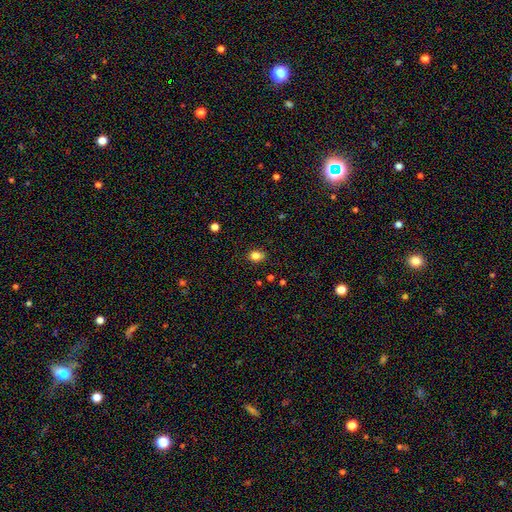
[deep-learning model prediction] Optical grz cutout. It shows a smooth galaxy with no disk features (83%) that is in between round and cigar-shaped (51%). Merging: none (84%).